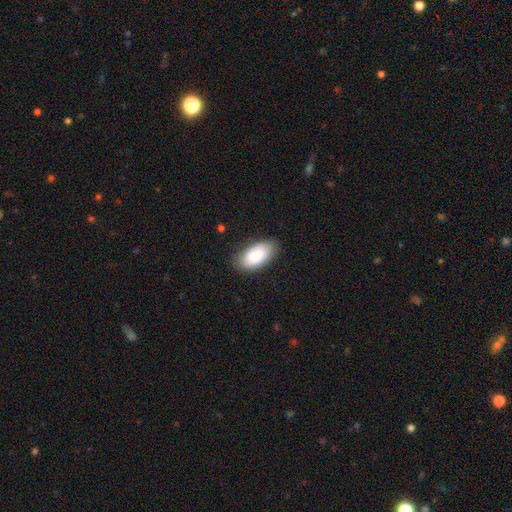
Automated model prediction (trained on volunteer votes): smooth_or_featured: smooth (p=0.87) [alt: featured or disk p=0.07]
how_rounded: in between (p=0.94) [alt: cigar-shaped p=0.03]
merging: none (p=0.83) [alt: minor disturbance p=0.14]